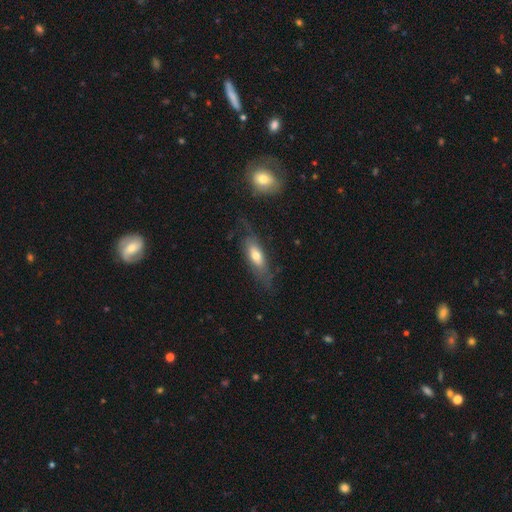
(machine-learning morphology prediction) Smooth or featured? Predicted: smooth (p=0.53). How rounded? Predicted: in between (p=0.68). Merging? Predicted: none (p=0.59).